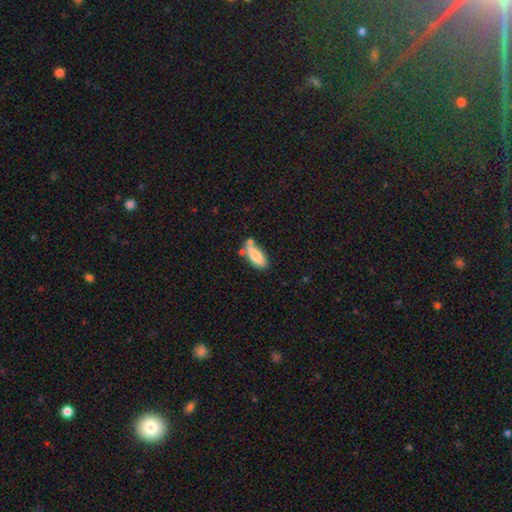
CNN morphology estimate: Smooth or featured? Predicted: smooth (p=0.80). How rounded? Predicted: in between (p=0.70). Merging? Predicted: none (p=0.54).